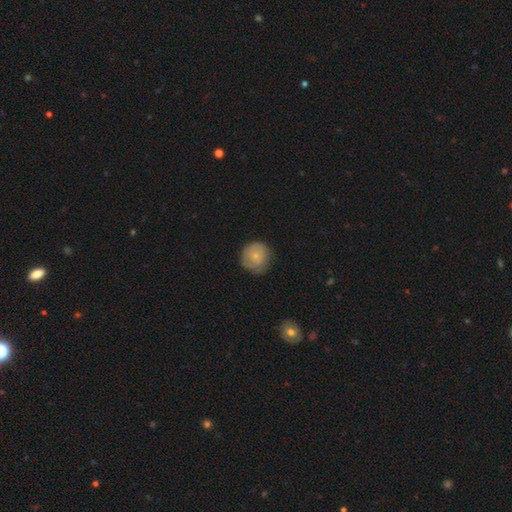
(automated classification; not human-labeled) Morphology: type=smooth (67%); roundness=round (90%); merging=none (70%).